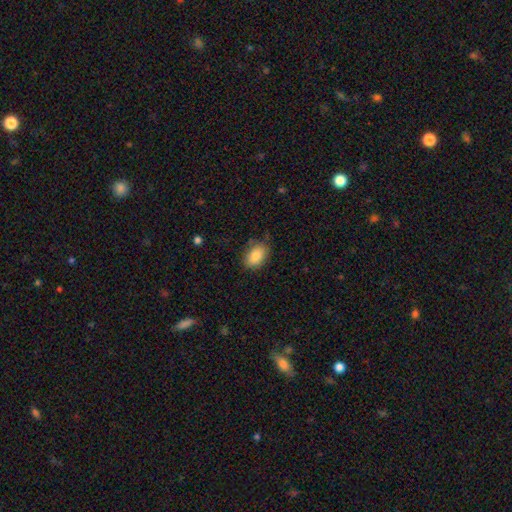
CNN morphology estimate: This is clearly a smooth galaxy (83%). How rounded: clearly in between (85%). Merging: likely none (78%).